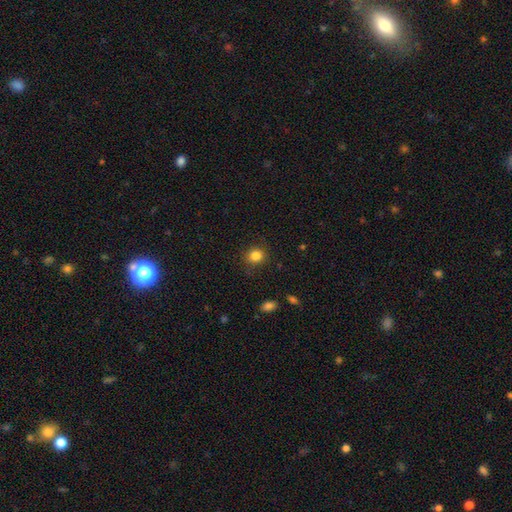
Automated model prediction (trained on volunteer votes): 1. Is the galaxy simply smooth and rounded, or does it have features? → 84% smooth, 11% star or artifact, 5% featured or disk.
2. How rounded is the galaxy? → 81% round, 18% in between, 1% cigar-shaped.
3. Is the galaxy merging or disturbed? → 87% none, 9% minor disturbance, 3% major disturbance, 1% merger.